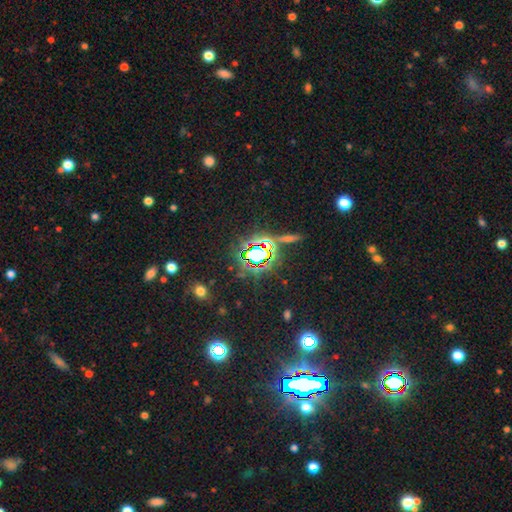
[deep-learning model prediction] star or artifact 74%, smooth 16%, featured or disk 11%.